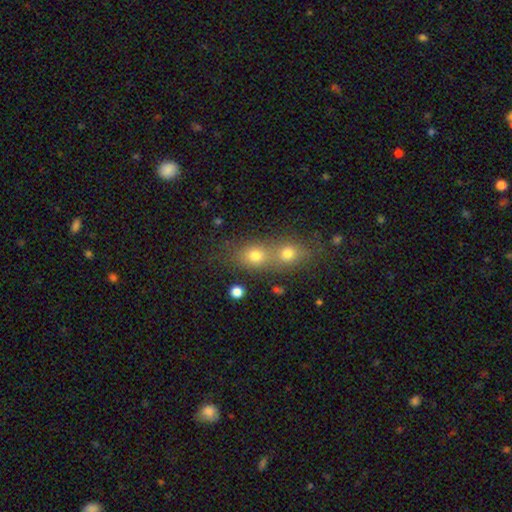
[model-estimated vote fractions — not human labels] Smooth or featured? smooth (73%)
How rounded? round (65%)
Merging? merger (56%)